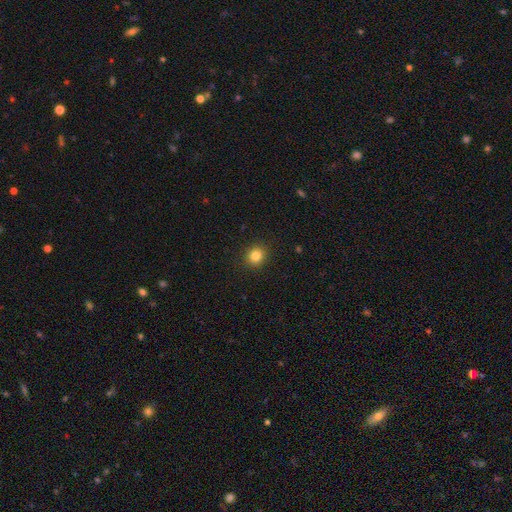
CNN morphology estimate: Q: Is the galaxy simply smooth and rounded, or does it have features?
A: smooth — 83%.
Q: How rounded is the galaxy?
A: round — 82%.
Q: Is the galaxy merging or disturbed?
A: none — 91%.